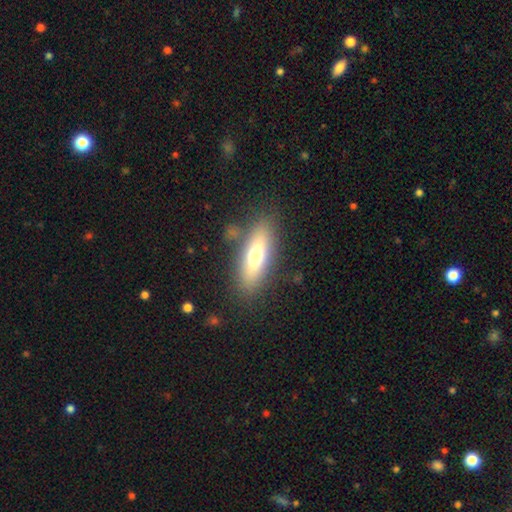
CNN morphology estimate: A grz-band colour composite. It shows a smooth galaxy with no disk features (64%) that is in between round and cigar-shaped (55%). Merging: none (81%).